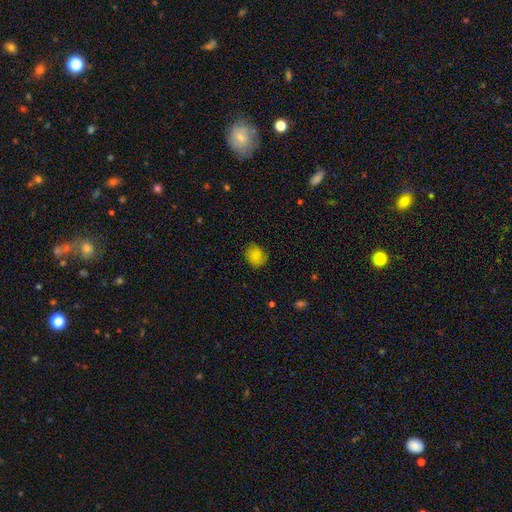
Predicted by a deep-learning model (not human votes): smooth 80%, featured or disk 11%, star or artifact 10%. Down the decision tree: how rounded — round (66%); merging — none (80%).